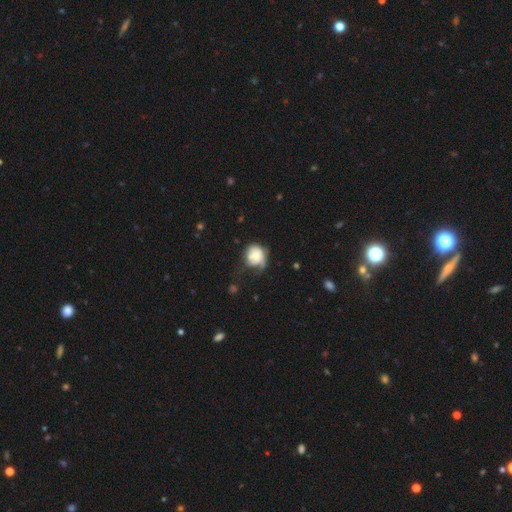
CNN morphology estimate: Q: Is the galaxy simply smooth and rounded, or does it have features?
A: smooth — 53%.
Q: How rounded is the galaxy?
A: round — 69%.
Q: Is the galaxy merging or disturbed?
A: none — 38%.